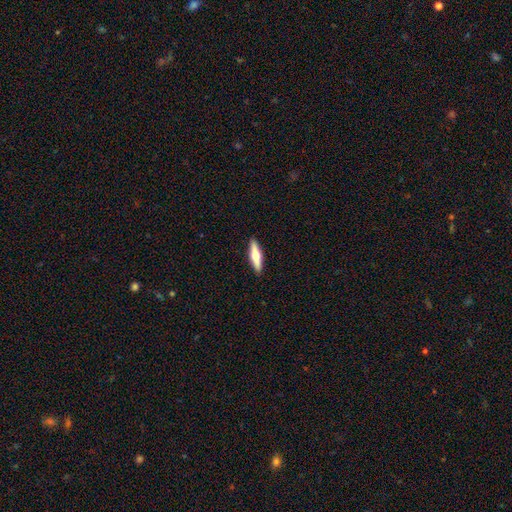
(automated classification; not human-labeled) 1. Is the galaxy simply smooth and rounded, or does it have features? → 50% featured or disk, 45% smooth, 5% star or artifact.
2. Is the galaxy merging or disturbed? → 91% none, 6% minor disturbance, 1% major disturbance, 1% merger.